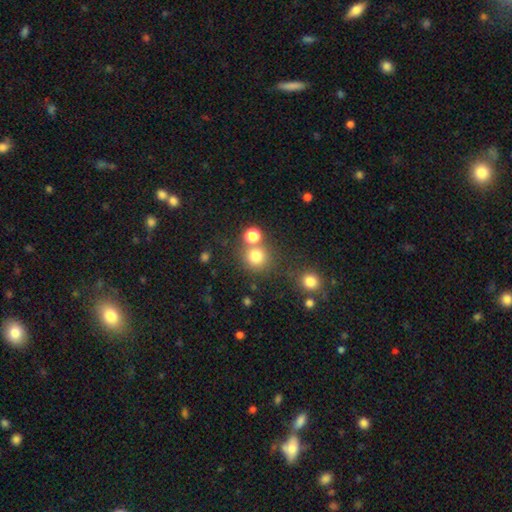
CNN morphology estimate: A smooth galaxy with no disk features (77%) that is round (91%). Merging: none (69%).